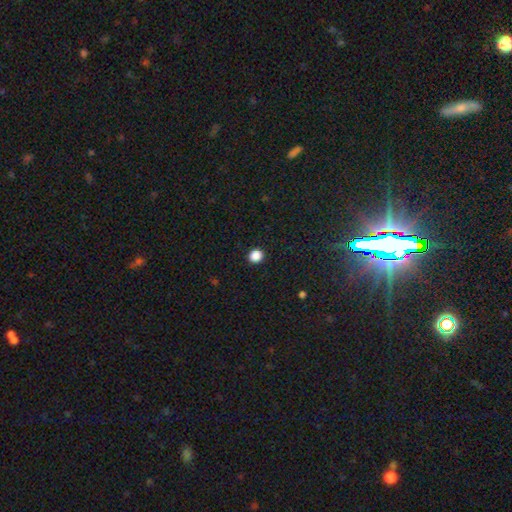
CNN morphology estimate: smooth 87%, star or artifact 11%, featured or disk 2%. Down the decision tree: how rounded — round (81%); merging — none (92%).